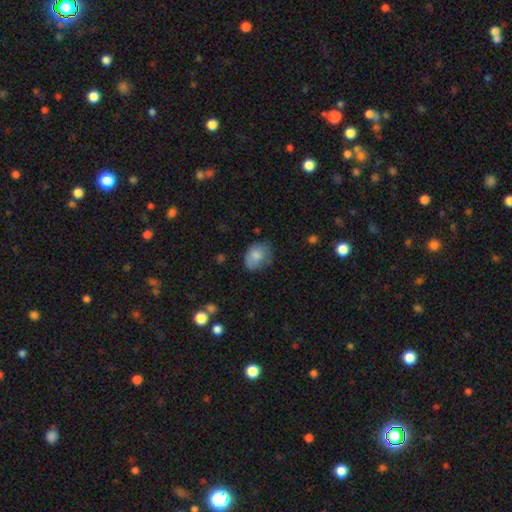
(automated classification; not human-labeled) A smooth galaxy with no disk features (77%) that is in between round and cigar-shaped (64%).

Vote fractions:
- Smooth or featured? smooth: 77% / featured or disk: 15% / star or artifact: 8%
- How rounded? in between: 64% / round: 35% / cigar-shaped: 1%
- Merging? none: 53% / minor disturbance: 33% / major disturbance: 12% / merger: 2%